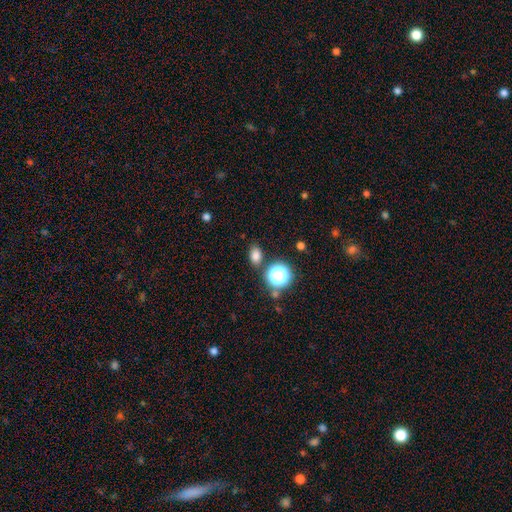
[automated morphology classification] A smooth galaxy with no disk features (77%) that is in between round and cigar-shaped (70%).

Vote fractions:
- Smooth or featured? smooth: 77% / star or artifact: 17% / featured or disk: 6%
- How rounded? in between: 70% / round: 29% / cigar-shaped: 1%
- Merging? none: 80% / minor disturbance: 11% / merger: 6% / major disturbance: 3%